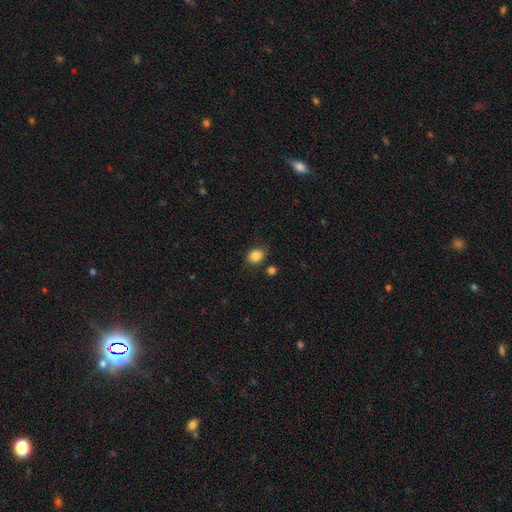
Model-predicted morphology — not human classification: Q: Smooth or featured?
A: smooth (86%); runner-up: star or artifact (9%)
Q: How rounded?
A: round (52%); runner-up: in between (47%)
Q: Merging?
A: none (81%); runner-up: minor disturbance (12%)